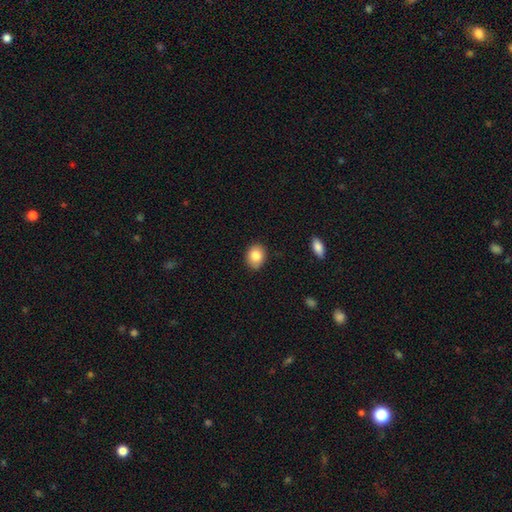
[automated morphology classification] Smooth or featured: smooth — 84% (star or artifact — 9%)
How rounded: in between — 50% (round — 49%)
Merging: none — 86% (minor disturbance — 11%)